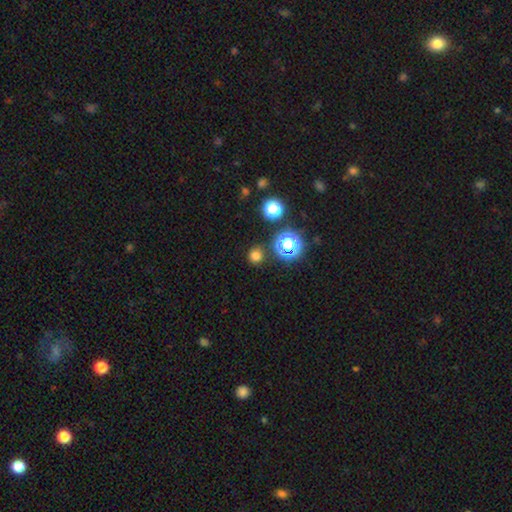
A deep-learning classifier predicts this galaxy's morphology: A smooth galaxy with no disk features (71%) that is round (92%). Merging: none (87%).